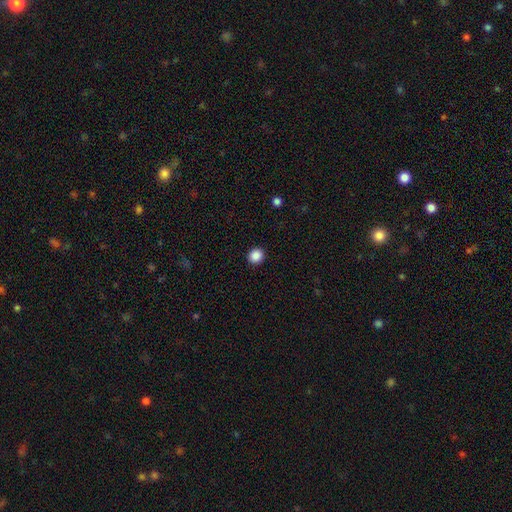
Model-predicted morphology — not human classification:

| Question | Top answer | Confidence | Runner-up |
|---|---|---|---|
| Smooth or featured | smooth | 88% | star or artifact (10%) |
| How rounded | round | 88% | in between (11%) |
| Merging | none | 93% | minor disturbance (5%) |